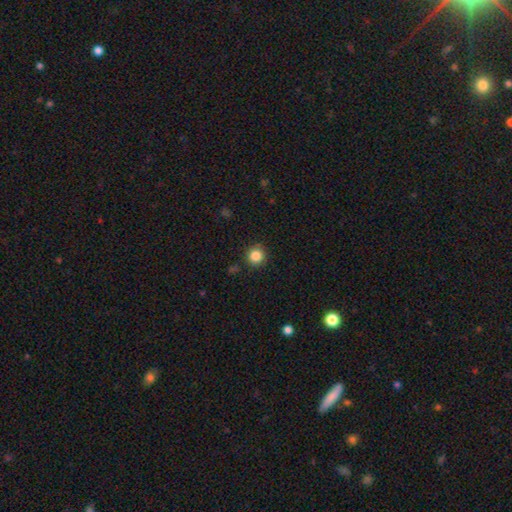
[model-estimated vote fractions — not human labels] Overall: smooth (85%). How rounded: round (95%). Merging: none (90%).